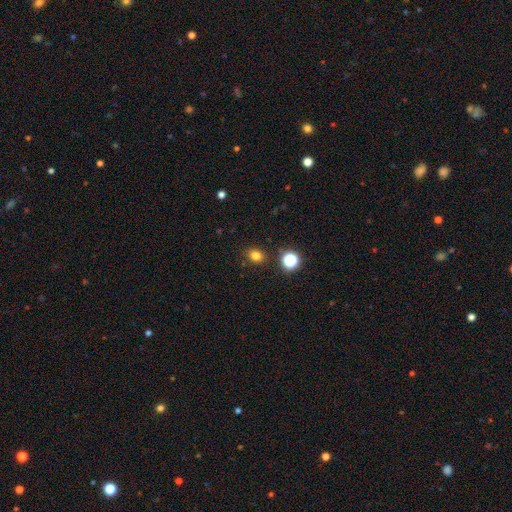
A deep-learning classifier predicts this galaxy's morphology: This is likely a smooth galaxy (78%). How rounded: possibly round (55%). Merging: clearly none (86%).